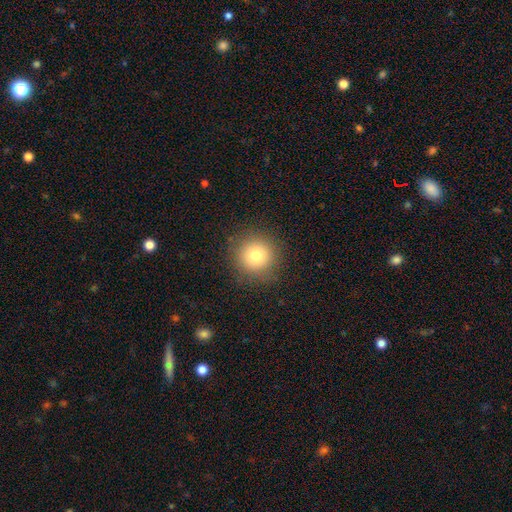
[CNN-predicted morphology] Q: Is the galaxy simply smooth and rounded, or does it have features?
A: smooth — 78%.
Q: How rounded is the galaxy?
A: round — 94%.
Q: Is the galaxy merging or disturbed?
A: none — 88%.